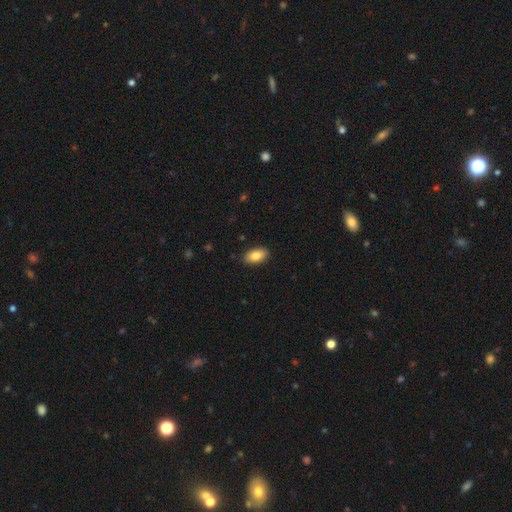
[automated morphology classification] A smooth galaxy with no disk features (84%) that is in between round and cigar-shaped (93%).

Vote fractions:
- Smooth or featured? smooth: 84% / featured or disk: 9% / star or artifact: 7%
- How rounded? in between: 93% / round: 4% / cigar-shaped: 3%
- Merging? none: 89% / minor disturbance: 8% / major disturbance: 2% / merger: 1%